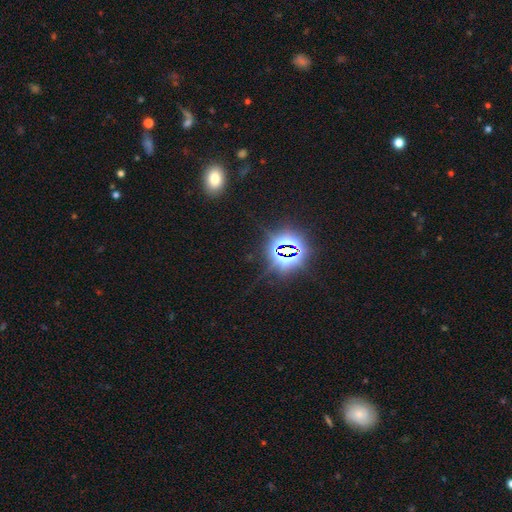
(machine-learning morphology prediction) smooth_or_featured: star or artifact (p=0.77) [alt: smooth p=0.14]